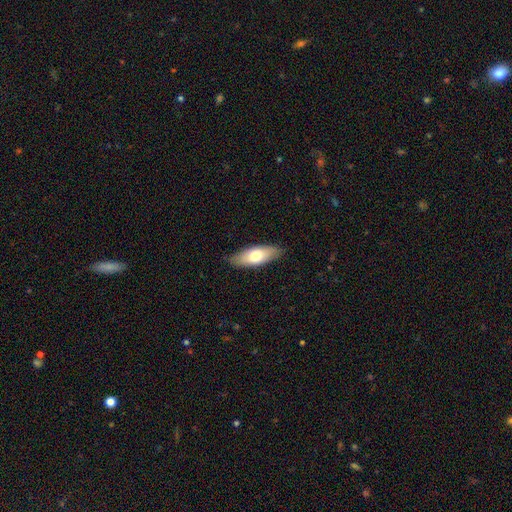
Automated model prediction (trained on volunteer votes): smooth_or_featured: smooth (p=0.69) [alt: featured or disk p=0.25]
how_rounded: in between (p=0.73) [alt: cigar-shaped p=0.24]
merging: none (p=0.86) [alt: minor disturbance p=0.11]